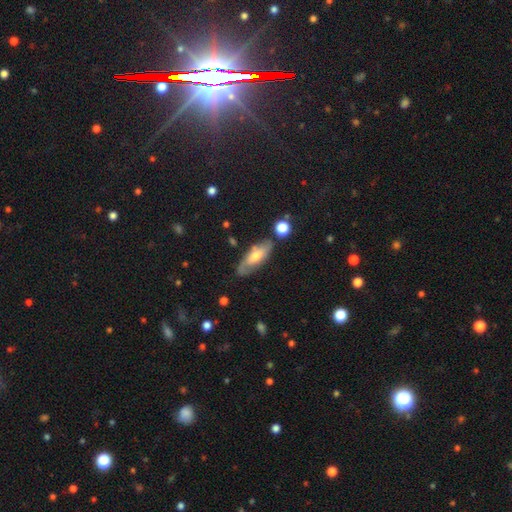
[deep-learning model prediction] This appears to be a featured or disk galaxy (48%). Merging: none (75%).